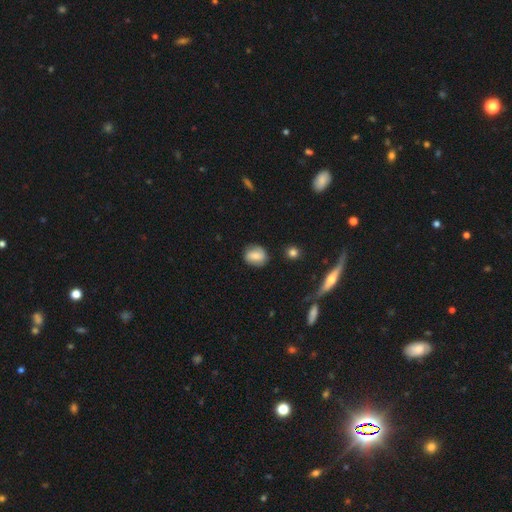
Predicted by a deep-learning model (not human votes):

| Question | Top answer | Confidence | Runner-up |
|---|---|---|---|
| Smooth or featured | smooth | 72% | featured or disk (19%) |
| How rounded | round | 57% | in between (42%) |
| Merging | none | 80% | minor disturbance (14%) |